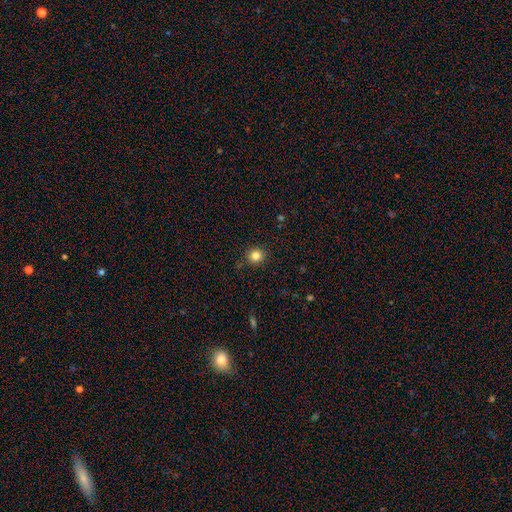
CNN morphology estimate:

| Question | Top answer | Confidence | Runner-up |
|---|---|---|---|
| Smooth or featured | smooth | 83% | star or artifact (12%) |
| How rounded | round | 88% | in between (11%) |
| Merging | none | 89% | minor disturbance (8%) |